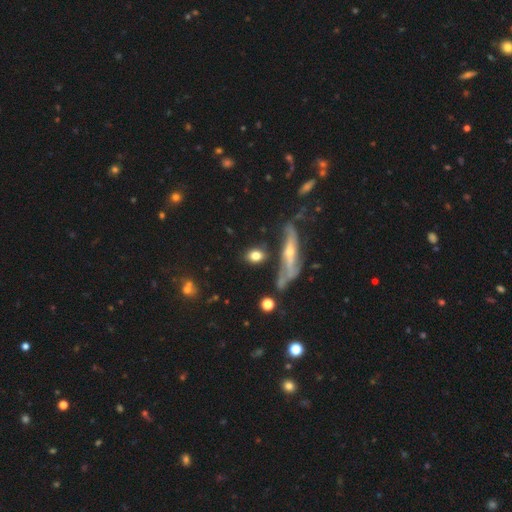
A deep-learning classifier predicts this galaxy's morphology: Q: Smooth or featured?
A: smooth (72%); runner-up: featured or disk (19%)
Q: How rounded?
A: in between (53%); runner-up: round (38%)
Q: Merging?
A: none (67%); runner-up: minor disturbance (15%)